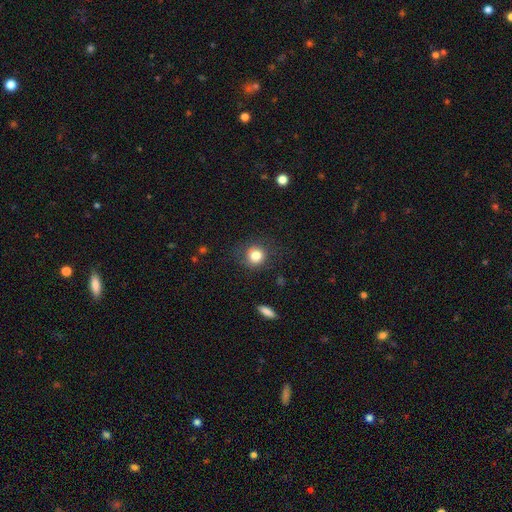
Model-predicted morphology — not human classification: Q: Smooth or featured?
A: smooth (82%); runner-up: star or artifact (11%)
Q: How rounded?
A: round (86%); runner-up: in between (13%)
Q: Merging?
A: none (79%); runner-up: minor disturbance (14%)